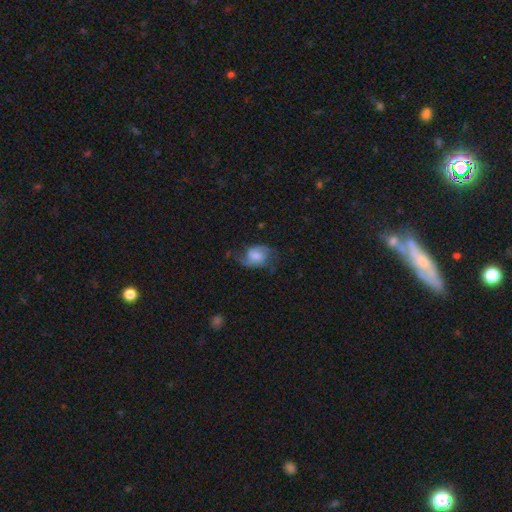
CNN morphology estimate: smooth-or-featured: featured or disk: 58% | smooth: 34% | star or artifact: 8%
  disk-edge-on: no: 97% | yes: 3%
    bar: no: 51% | weak: 40% | strong: 8%
    has-spiral-arms: yes: 88% | no: 12%
    bulge-size: moderate: 33% | large: 23% | small: 23% | none: 17% | dominant: 4%
  merging: none: 50% | minor disturbance: 26% | major disturbance: 22% | merger: 2%